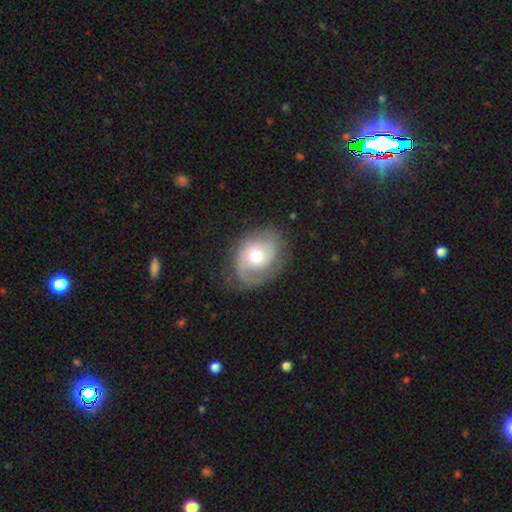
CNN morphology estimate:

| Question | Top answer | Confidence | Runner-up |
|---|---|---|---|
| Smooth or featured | featured or disk | 60% | smooth (33%) |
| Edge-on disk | no | 96% | yes (4%) |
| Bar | no | 72% | weak (23%) |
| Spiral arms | yes | 80% | no (20%) |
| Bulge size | moderate | 68% | small (21%) |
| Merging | none | 64% | minor disturbance (22%) |